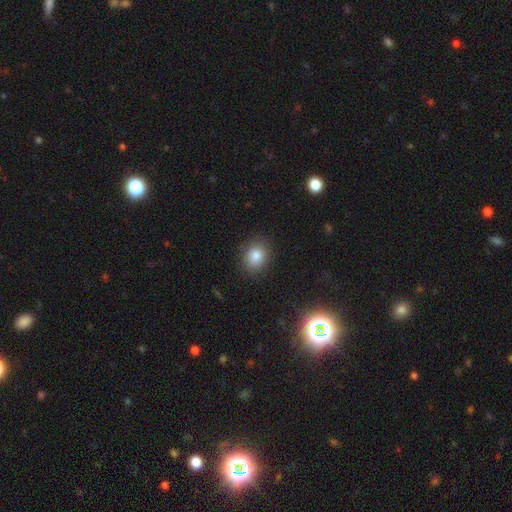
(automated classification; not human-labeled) smooth-or-featured: smooth: 83% | star or artifact: 11% | featured or disk: 7%
  how-rounded: round: 58% | in between: 41% | cigar-shaped: 1%
  merging: none: 86% | minor disturbance: 10% | major disturbance: 3% | merger: 1%